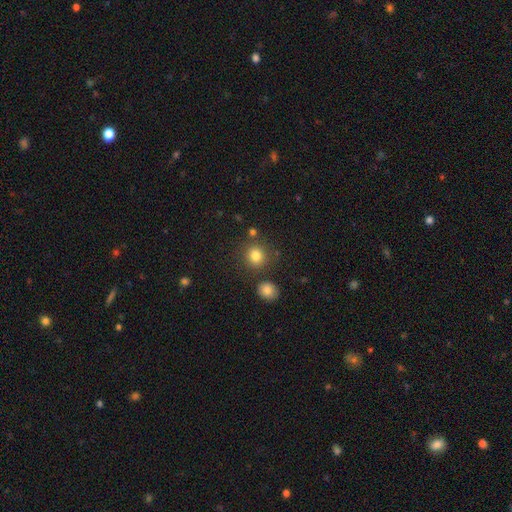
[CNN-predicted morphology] type=smooth (81%); roundness=round (87%); merging=none (79%).